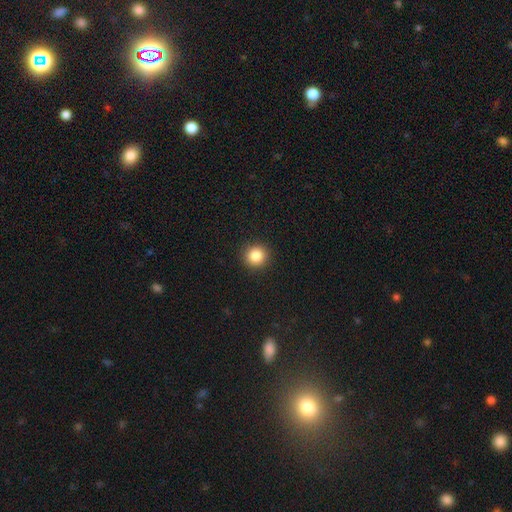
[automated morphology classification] Smooth or featured? smooth (85%)
How rounded? round (93%)
Merging? none (92%)